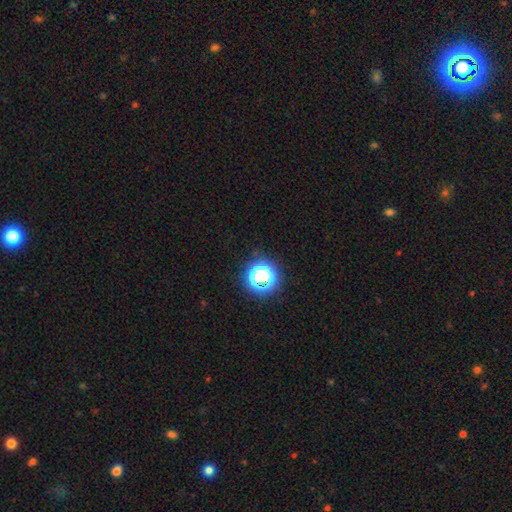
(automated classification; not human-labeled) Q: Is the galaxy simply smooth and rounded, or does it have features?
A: star or artifact — 73%.